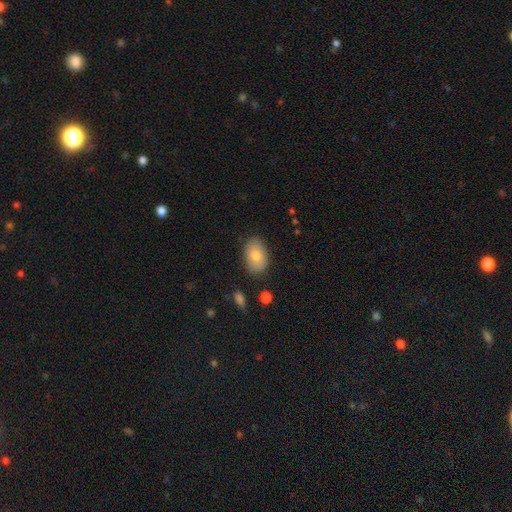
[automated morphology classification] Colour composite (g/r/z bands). It shows a smooth galaxy with no disk features (77%) that is in between round and cigar-shaped (88%). Merging: none (83%).